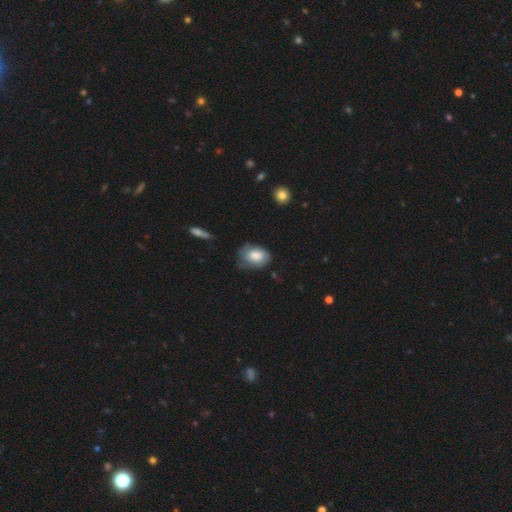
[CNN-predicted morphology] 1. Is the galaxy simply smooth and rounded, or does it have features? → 78% smooth, 15% featured or disk, 7% star or artifact.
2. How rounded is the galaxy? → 73% in between, 26% round, 1% cigar-shaped.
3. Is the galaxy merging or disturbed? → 55% none, 33% minor disturbance, 10% major disturbance, 2% merger.